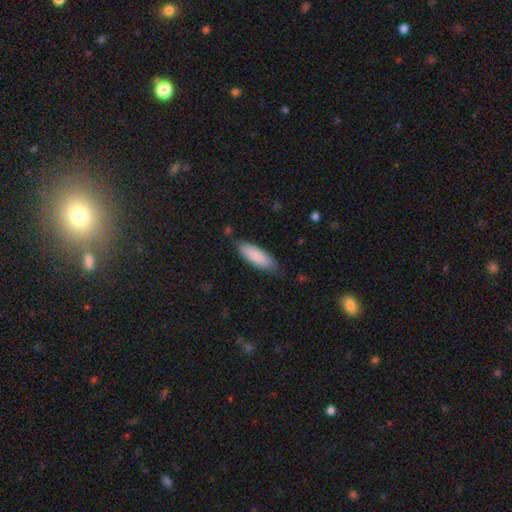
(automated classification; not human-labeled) Smooth or featured? Predicted: smooth (p=0.88). How rounded? Predicted: in between (p=0.62). Merging? Predicted: none (p=0.79).